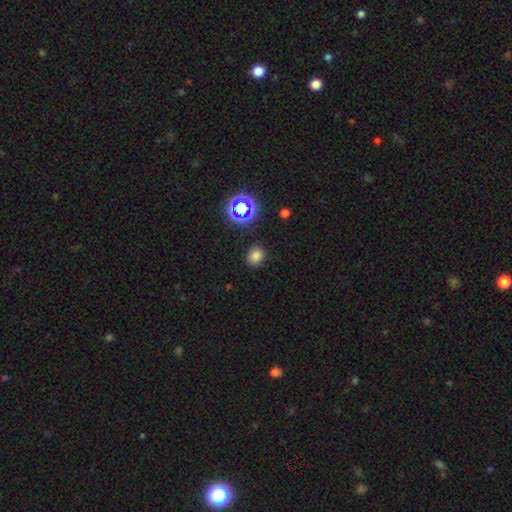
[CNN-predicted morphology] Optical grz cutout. It shows a smooth galaxy with no disk features (74%) that is round (66%). Merging: none (86%).